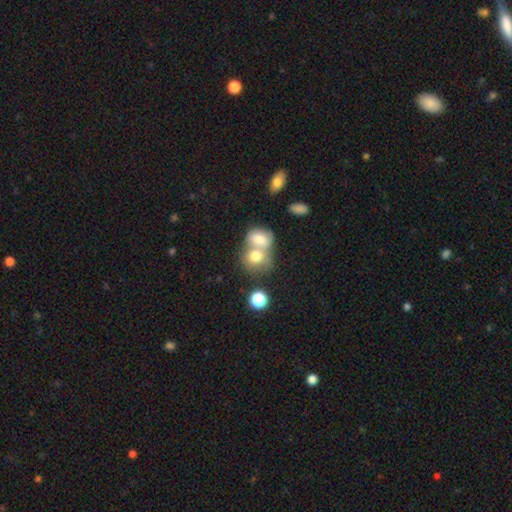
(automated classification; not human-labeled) Morphology: type=smooth (74%); roundness=round (60%); merging=merger (66%).